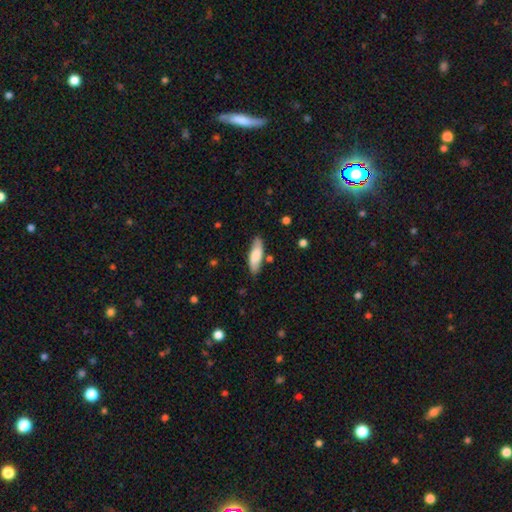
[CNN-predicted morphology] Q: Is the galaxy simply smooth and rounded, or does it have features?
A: smooth — 74%.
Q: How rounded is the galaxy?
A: in between — 57%.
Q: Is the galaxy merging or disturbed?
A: none — 82%.